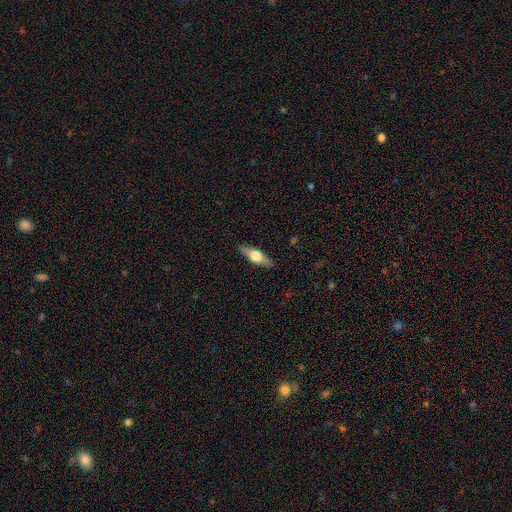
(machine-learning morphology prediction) This appears to be a featured or disk galaxy (55%) viewed edge-on (92%) with a rounded central bulge (94%). Merging: none (88%).